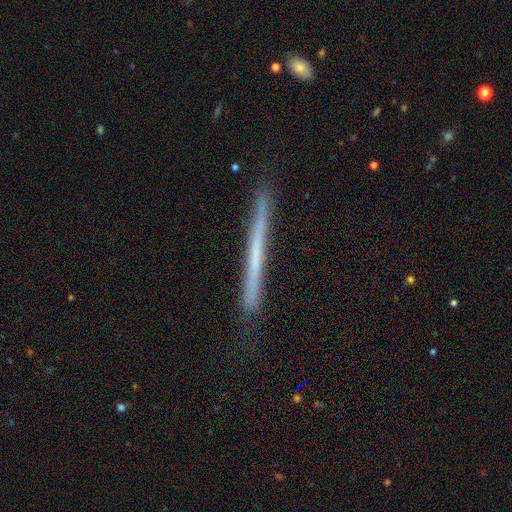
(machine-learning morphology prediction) Overall: featured or disk (53%; smooth 40%). Edge-on disk: yes (97%). Edge-on bulge: none (91%). Merging: none (85%).